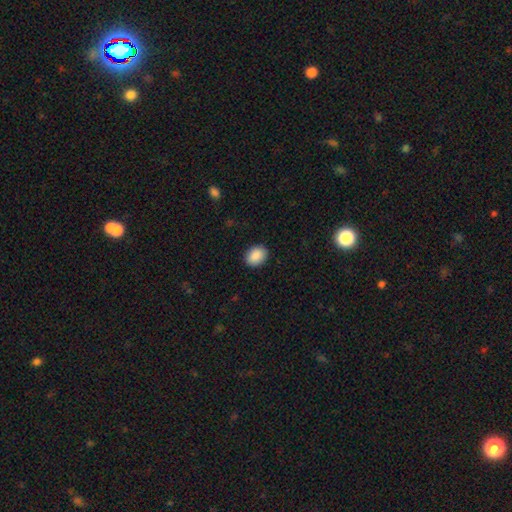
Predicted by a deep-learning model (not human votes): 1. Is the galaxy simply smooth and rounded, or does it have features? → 90% smooth, 7% star or artifact, 3% featured or disk.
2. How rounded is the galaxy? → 64% in between, 35% round, 1% cigar-shaped.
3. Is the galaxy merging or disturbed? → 89% none, 8% minor disturbance, 2% major disturbance, 1% merger.